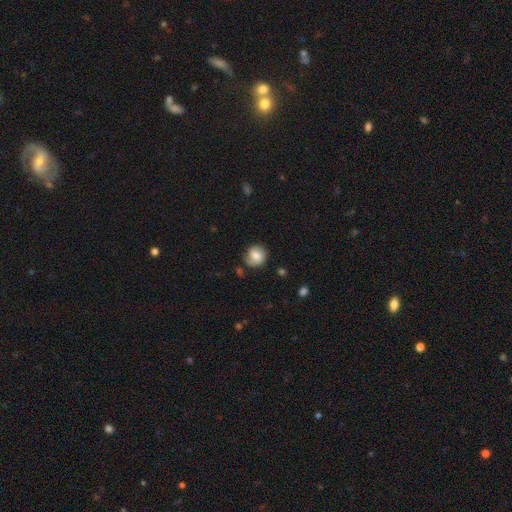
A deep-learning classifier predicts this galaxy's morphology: Smooth or featured: smooth — 62% (featured or disk — 30%)
How rounded: round — 83% (in between — 16%)
Merging: none — 67% (minor disturbance — 22%)